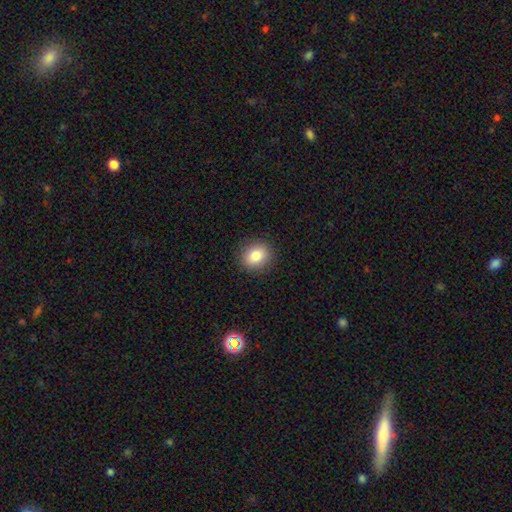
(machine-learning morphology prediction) Smooth or featured? smooth (83%)
How rounded? round (70%)
Merging? none (90%)